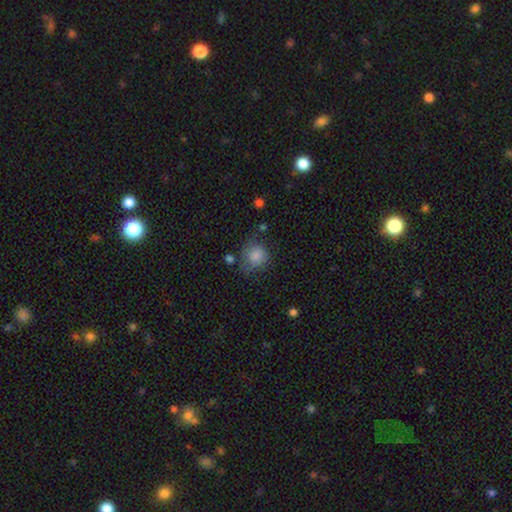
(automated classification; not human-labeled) A smooth galaxy with no disk features (80%) that is round (77%). Merging: none (58%).